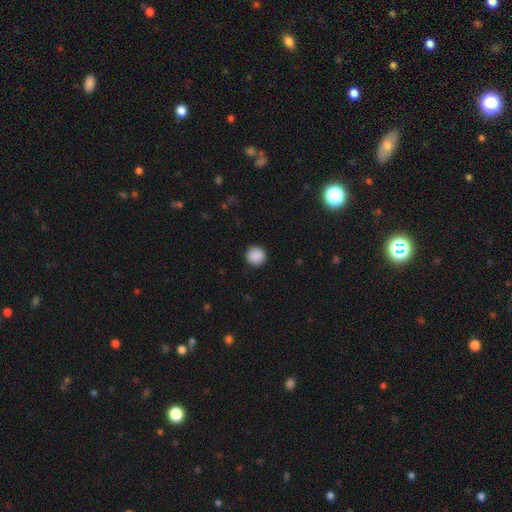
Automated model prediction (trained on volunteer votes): A smooth galaxy with no disk features (89%) that is round (95%). Merging: none (92%).